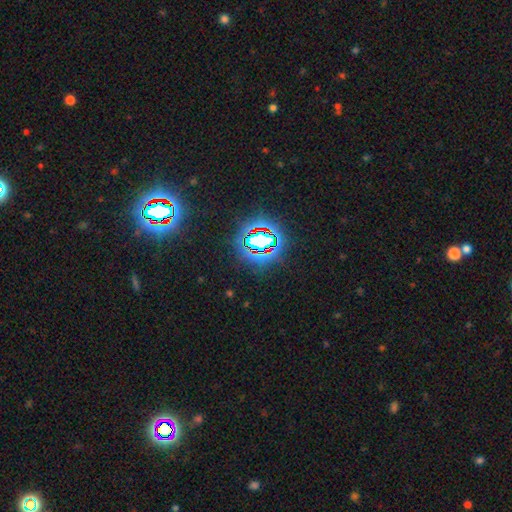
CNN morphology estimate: This is clearly a star or artifact rather than a galaxy (82%).